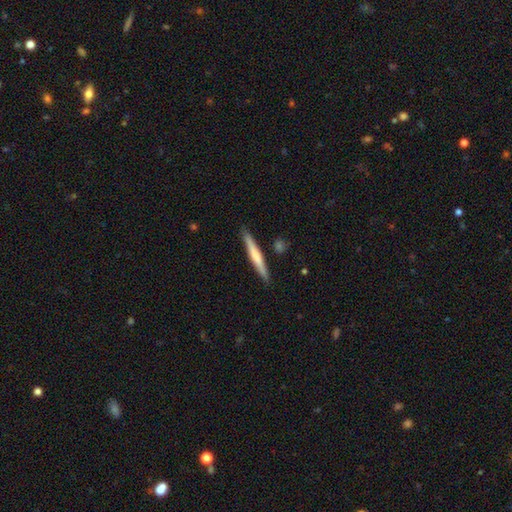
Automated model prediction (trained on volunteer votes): Smooth or featured? smooth (54%)
How rounded? cigar-shaped (96%)
Merging? none (88%)